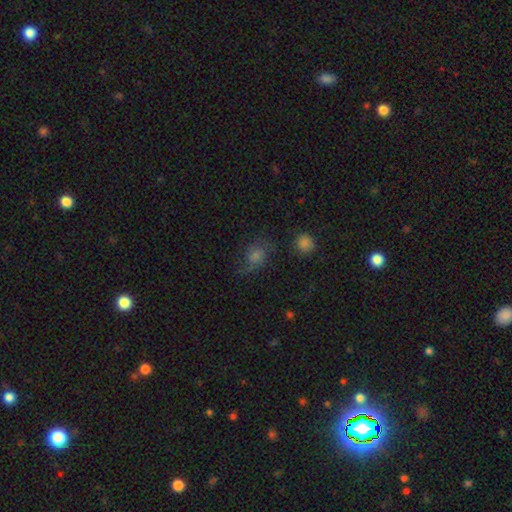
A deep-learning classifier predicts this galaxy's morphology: Smooth or featured? Predicted: smooth (p=0.47). Merging? Predicted: none (p=0.57).